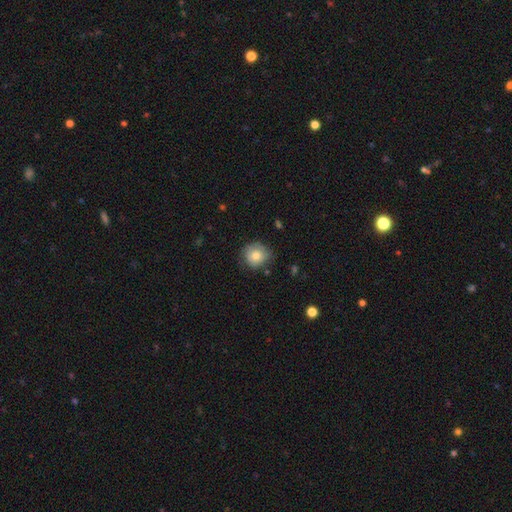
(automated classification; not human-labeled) A smooth galaxy with no disk features (77%) that is round (87%).

Vote fractions:
- Smooth or featured? smooth: 77% / featured or disk: 15% / star or artifact: 8%
- How rounded? round: 87% / in between: 13% / cigar-shaped: 1%
- Merging? none: 70% / minor disturbance: 23% / major disturbance: 5% / merger: 2%